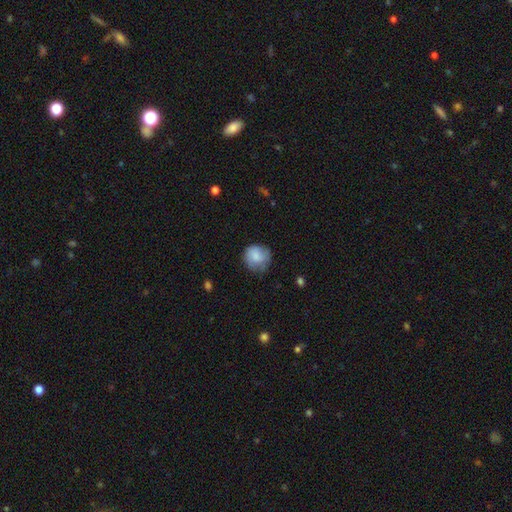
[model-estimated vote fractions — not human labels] Smooth or featured? Predicted: smooth (p=0.79). How rounded? Predicted: round (p=0.87). Merging? Predicted: none (p=0.66).